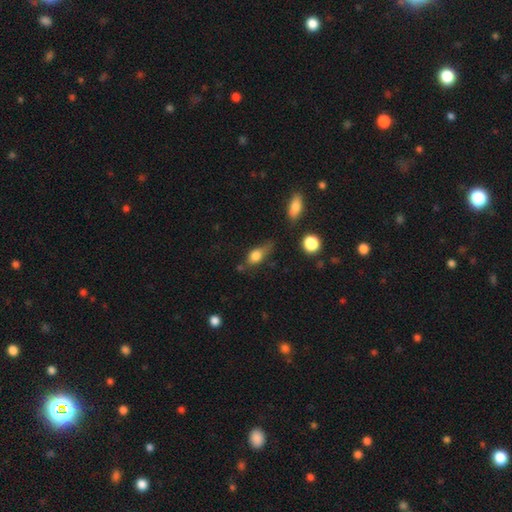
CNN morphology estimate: This appears to be a smooth galaxy with no disk features (75%) that is in between round and cigar-shaped (71%). Merging: none (43%).